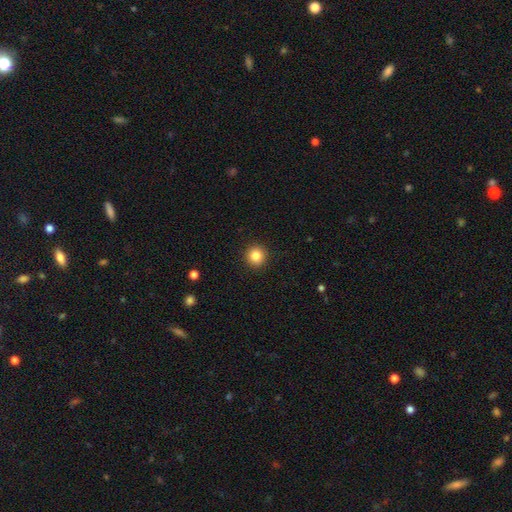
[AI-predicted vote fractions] Smooth or featured? smooth (84%)
How rounded? round (94%)
Merging? none (92%)